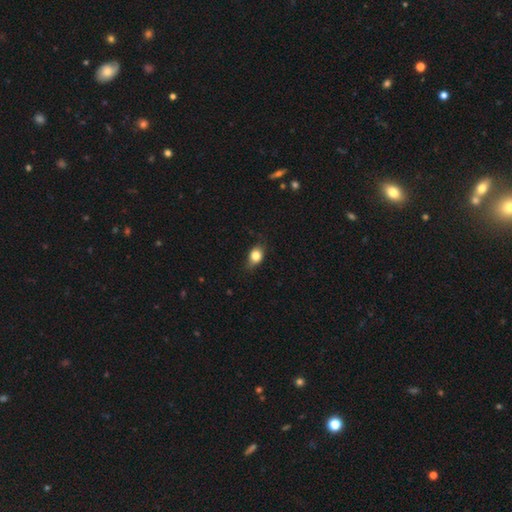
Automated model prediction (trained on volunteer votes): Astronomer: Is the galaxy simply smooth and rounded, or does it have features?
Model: smooth — 79%.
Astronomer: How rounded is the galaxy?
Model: in between — 63%.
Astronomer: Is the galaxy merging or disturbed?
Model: none — 71%.